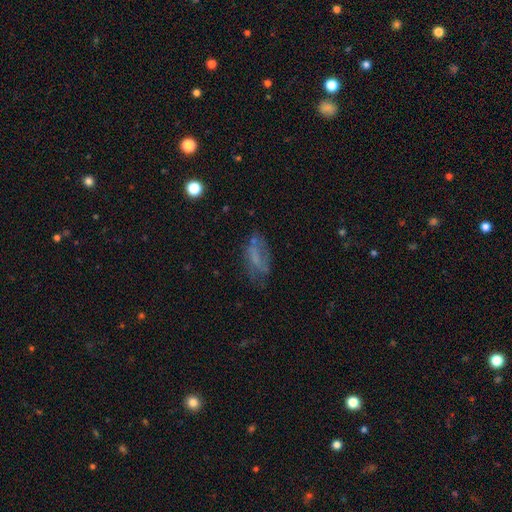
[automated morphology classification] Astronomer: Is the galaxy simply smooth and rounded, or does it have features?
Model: smooth — 45% (runner-up: featured or disk, 40%).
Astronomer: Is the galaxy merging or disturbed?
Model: none — 53%.